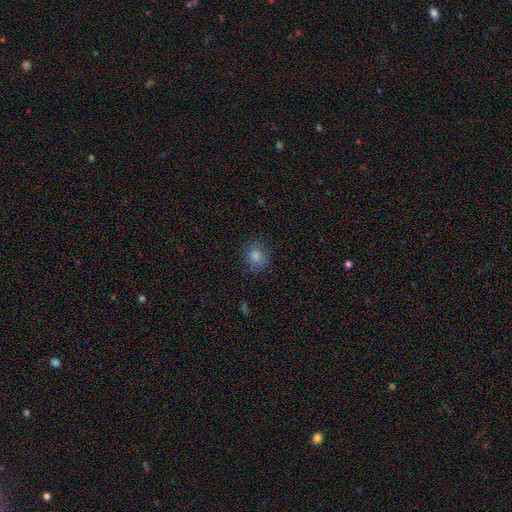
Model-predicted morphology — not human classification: Overall: smooth (78%). How rounded: round (80%). Merging: none (87%).